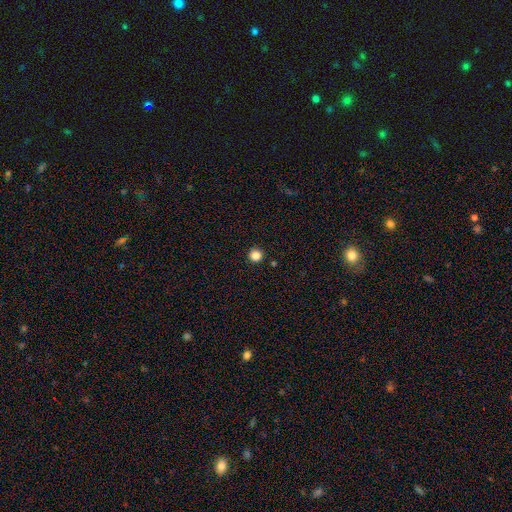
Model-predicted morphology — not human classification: Q: Smooth or featured?
A: smooth (85%); runner-up: star or artifact (12%)
Q: How rounded?
A: round (96%); runner-up: in between (3%)
Q: Merging?
A: none (93%); runner-up: minor disturbance (4%)